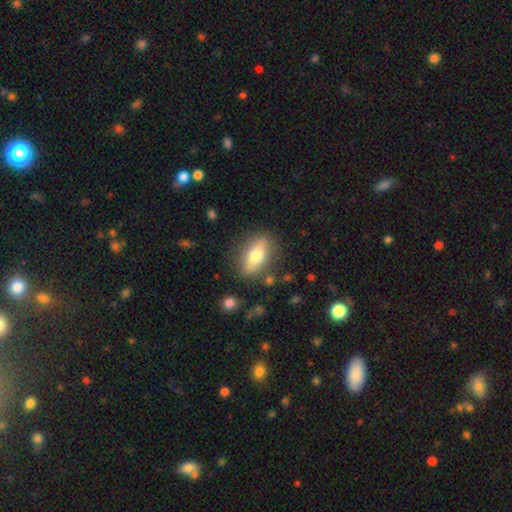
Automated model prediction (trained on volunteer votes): Overall: smooth (68%). How rounded: in between (80%). Merging: none (81%).